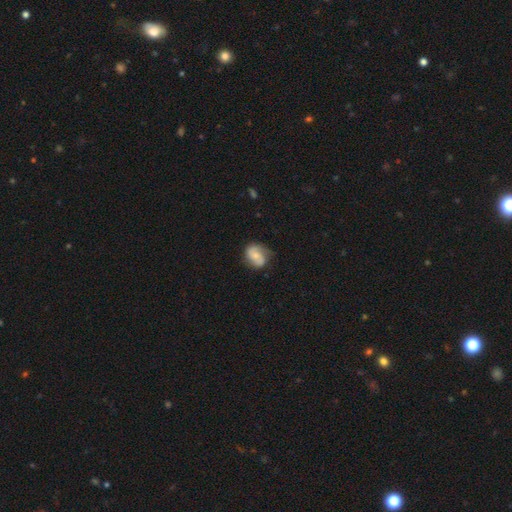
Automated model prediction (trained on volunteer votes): Overall: featured or disk (54%; smooth 38%). Edge-on disk: no (97%). Bar: no (58%; weak 33%). Spiral arms: yes (89%). Bulge size: small (47%; moderate 36%). Merging: none (65%).